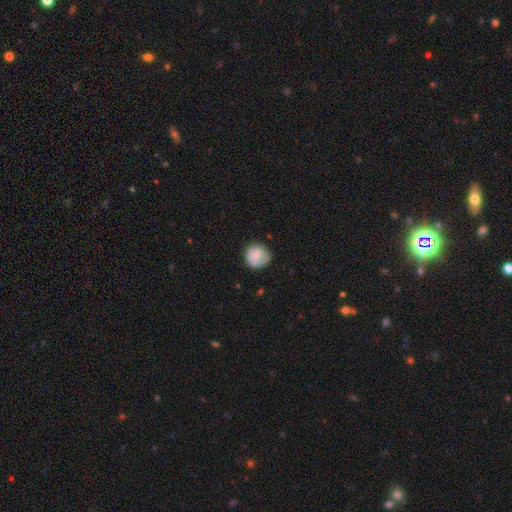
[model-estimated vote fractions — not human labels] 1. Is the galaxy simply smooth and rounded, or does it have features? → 82% smooth, 11% featured or disk, 7% star or artifact.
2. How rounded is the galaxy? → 91% round, 8% in between, 1% cigar-shaped.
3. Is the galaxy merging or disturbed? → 76% none, 19% minor disturbance, 4% major disturbance, 1% merger.